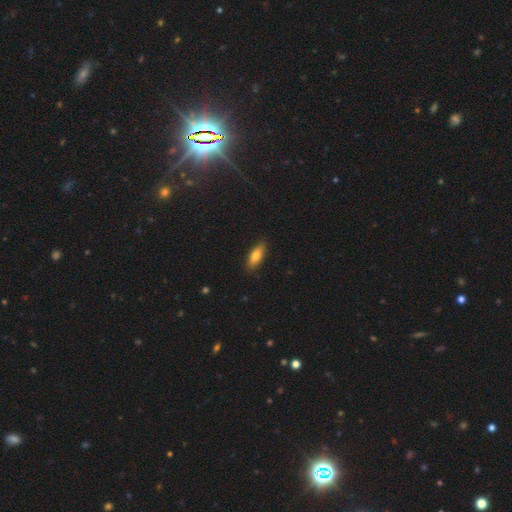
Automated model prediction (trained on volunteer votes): Smooth or featured? smooth (75%)
How rounded? in between (65%)
Merging? none (88%)